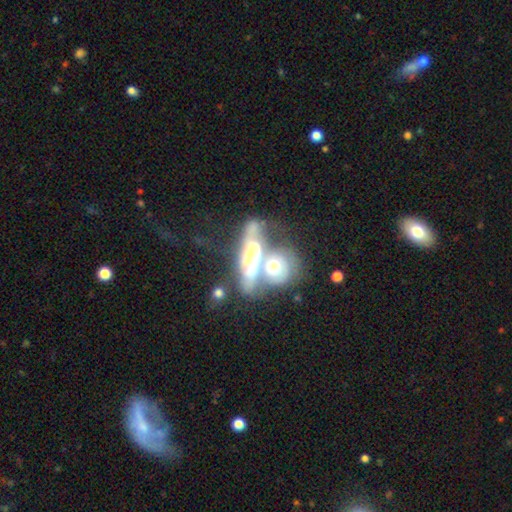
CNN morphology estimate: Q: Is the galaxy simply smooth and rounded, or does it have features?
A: featured or disk — 62%.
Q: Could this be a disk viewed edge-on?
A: no — 79%.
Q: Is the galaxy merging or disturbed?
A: merger — 62%.